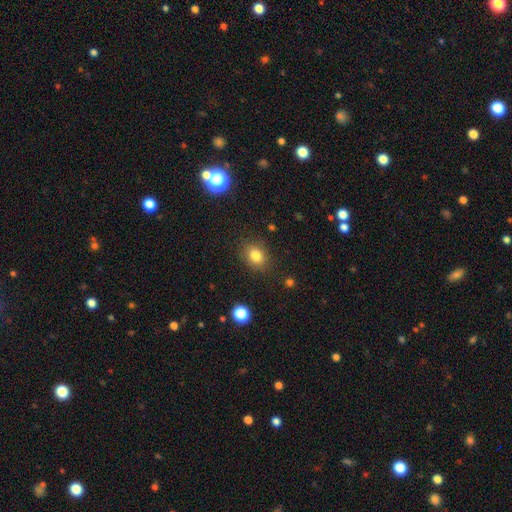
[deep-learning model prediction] smooth-or-featured: smooth: 81% | star or artifact: 12% | featured or disk: 7%
  how-rounded: in between: 51% | round: 47% | cigar-shaped: 1%
  merging: none: 84% | minor disturbance: 11% | major disturbance: 3% | merger: 2%